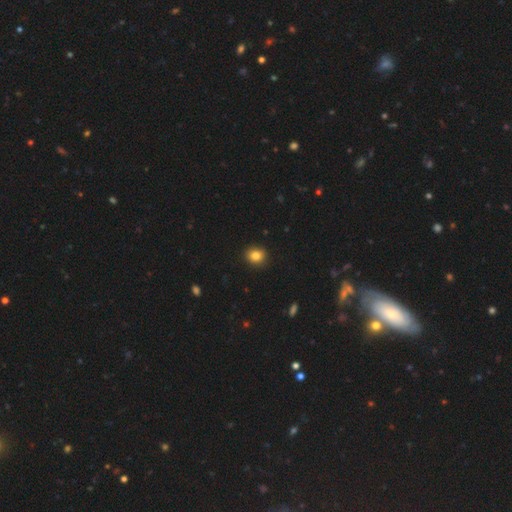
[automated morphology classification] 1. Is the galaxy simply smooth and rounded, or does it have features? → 84% smooth, 10% star or artifact, 5% featured or disk.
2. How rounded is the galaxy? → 67% round, 32% in between, 1% cigar-shaped.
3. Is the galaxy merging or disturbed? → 90% none, 7% minor disturbance, 2% major disturbance, 1% merger.